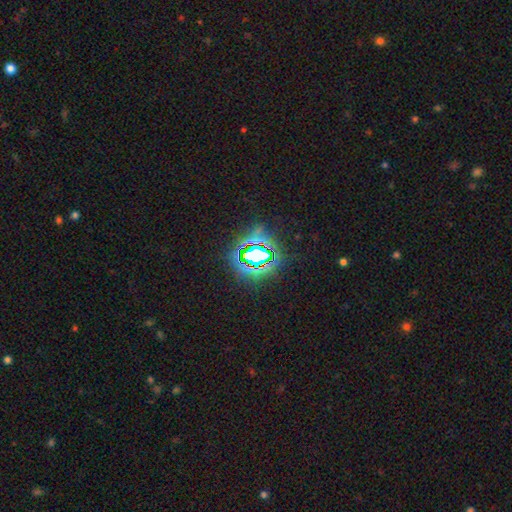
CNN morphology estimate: smooth-or-featured: star or artifact: 71% | smooth: 18% | featured or disk: 11%